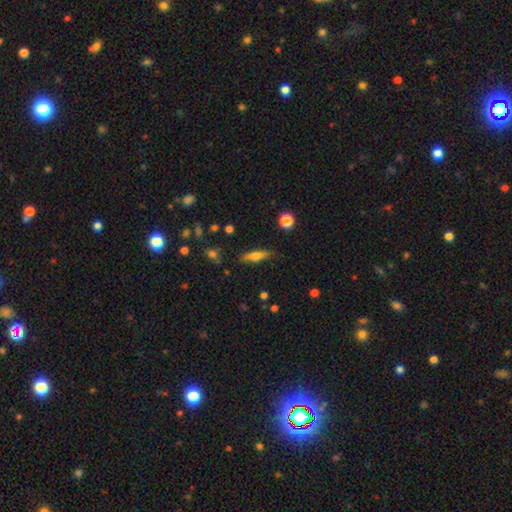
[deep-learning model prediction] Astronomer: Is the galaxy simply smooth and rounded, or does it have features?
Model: smooth — 59%.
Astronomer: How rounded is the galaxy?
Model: cigar-shaped — 65%.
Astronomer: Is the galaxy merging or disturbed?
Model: none — 81%.